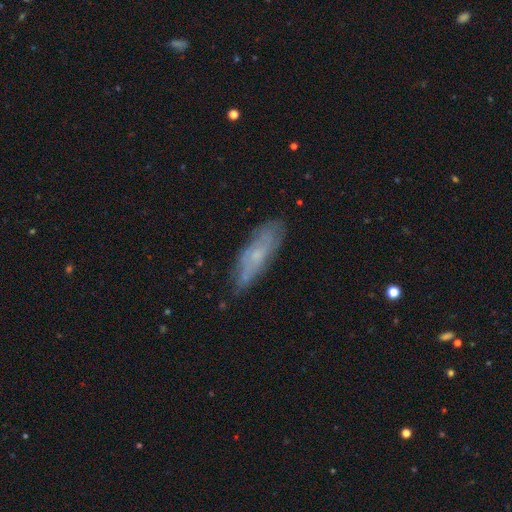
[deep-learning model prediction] Smooth or featured? featured or disk (46%)
Merging? none (74%)